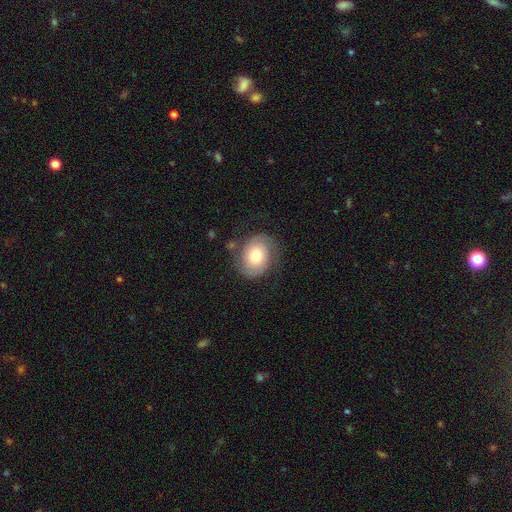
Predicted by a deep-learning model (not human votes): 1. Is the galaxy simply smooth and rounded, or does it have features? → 55% featured or disk, 37% smooth, 8% star or artifact.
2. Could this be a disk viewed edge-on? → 97% no, 3% yes.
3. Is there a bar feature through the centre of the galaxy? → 79% no, 17% weak, 4% strong.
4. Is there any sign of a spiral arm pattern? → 86% yes, 14% no.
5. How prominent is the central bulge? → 57% moderate, 21% small, 16% large, 4% dominant, 2% none.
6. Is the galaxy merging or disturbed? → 72% none, 17% minor disturbance, 8% major disturbance, 2% merger.